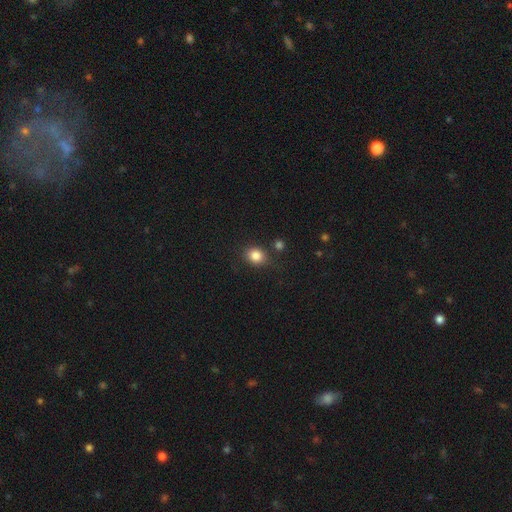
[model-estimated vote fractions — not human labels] Smooth or featured? smooth (84%)
How rounded? round (64%)
Merging? none (77%)